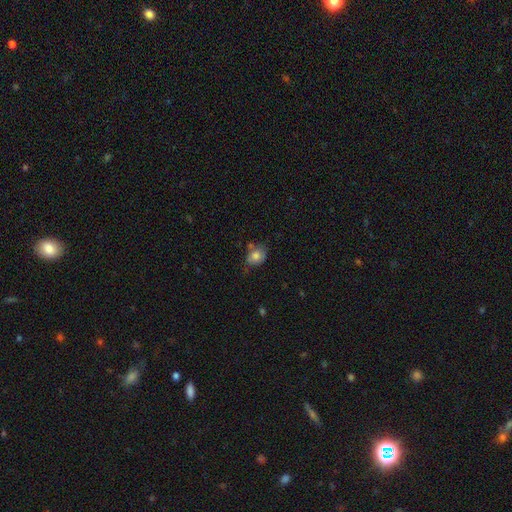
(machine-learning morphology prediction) Smooth or featured?
  - smooth: 74% *
  - featured or disk: 16%
  - star or artifact: 9%
How rounded?
  - round: 51% *
  - in between: 48%
  - cigar-shaped: 1%
Merging?
  - none: 56% *
  - minor disturbance: 28%
  - merger: 8%
  - major disturbance: 8%